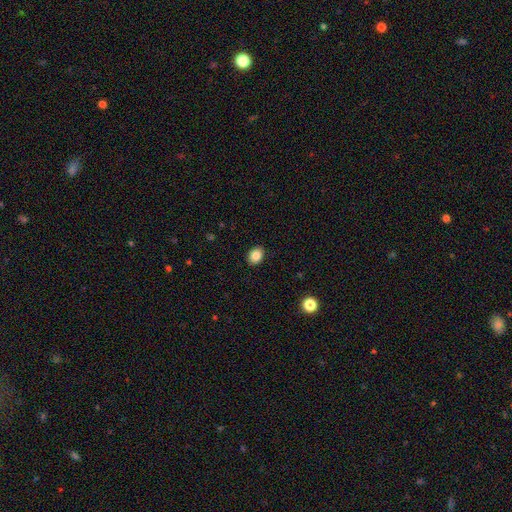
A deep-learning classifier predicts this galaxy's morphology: This appears to be a smooth galaxy with no disk features (85%) that is in between round and cigar-shaped (60%). Merging: none (90%).